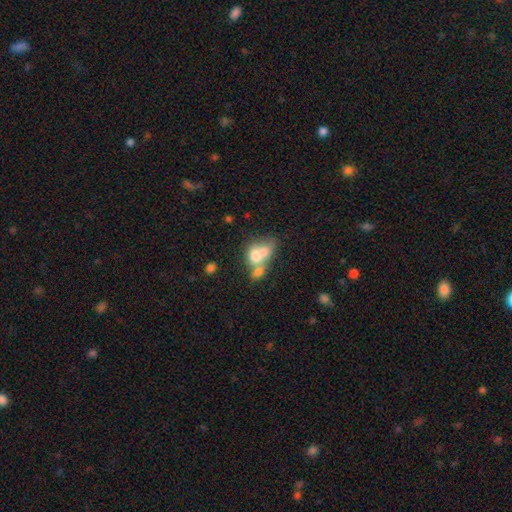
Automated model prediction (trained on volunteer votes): A smooth galaxy with no disk features (63%) that is in between round and cigar-shaped (63%). Merging: merger (69%).